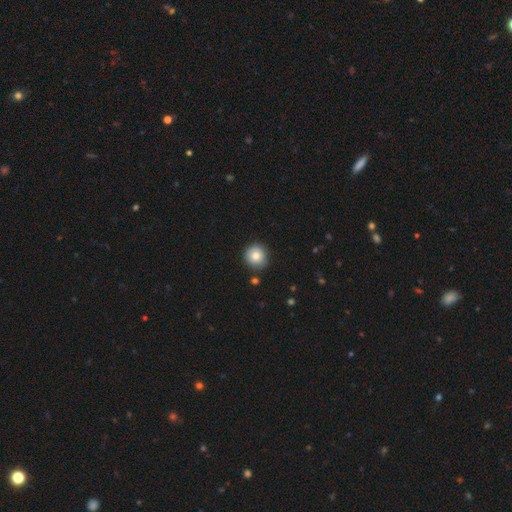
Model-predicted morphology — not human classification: Q: Smooth or featured?
A: smooth (81%); runner-up: star or artifact (10%)
Q: How rounded?
A: round (94%); runner-up: in between (5%)
Q: Merging?
A: none (88%); runner-up: minor disturbance (8%)